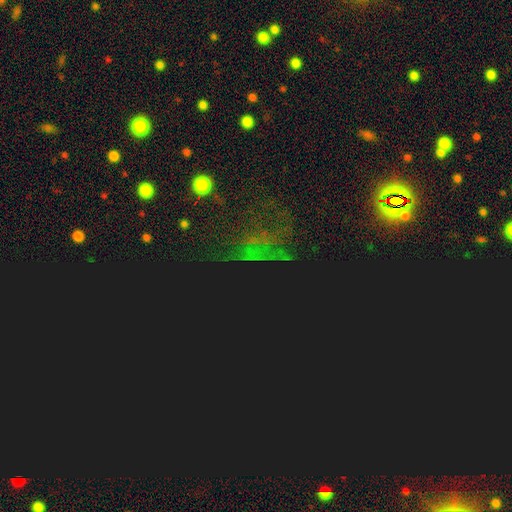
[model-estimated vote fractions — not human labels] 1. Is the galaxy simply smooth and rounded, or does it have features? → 69% star or artifact, 17% smooth, 14% featured or disk.